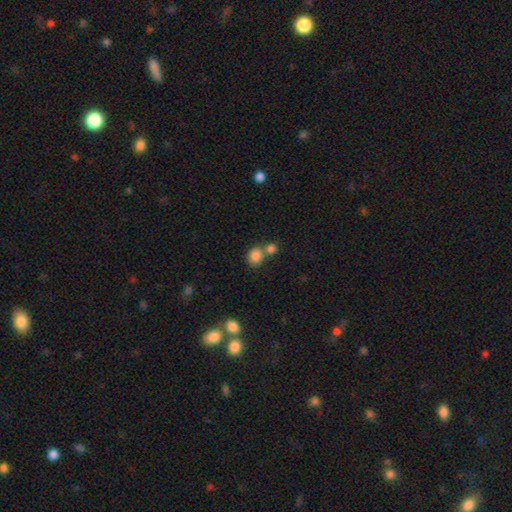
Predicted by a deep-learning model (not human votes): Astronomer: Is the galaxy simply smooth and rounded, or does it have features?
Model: smooth — 84%.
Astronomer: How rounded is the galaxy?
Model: round — 78%.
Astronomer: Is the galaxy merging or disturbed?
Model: none — 51% (runner-up: merger, 38%).